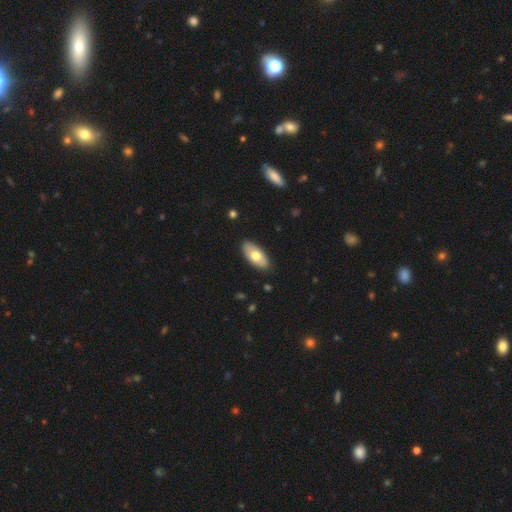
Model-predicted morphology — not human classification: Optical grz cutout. It shows a smooth galaxy with no disk features (67%) that is in between round and cigar-shaped (92%). Merging: none (88%).